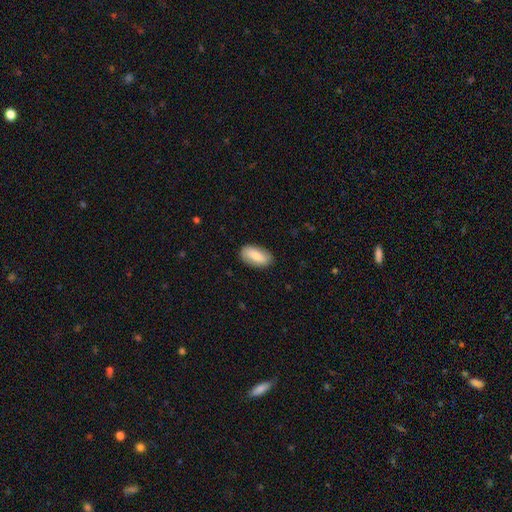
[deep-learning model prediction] Smooth or featured? Predicted: smooth (p=0.80). How rounded? Predicted: in between (p=0.92). Merging? Predicted: none (p=0.85).